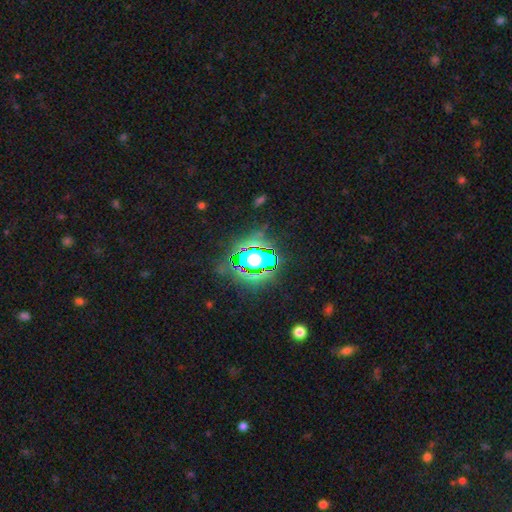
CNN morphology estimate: The model was most divided on "smooth or featured": star or artifact: 80%, smooth: 12%, featured or disk: 8%.